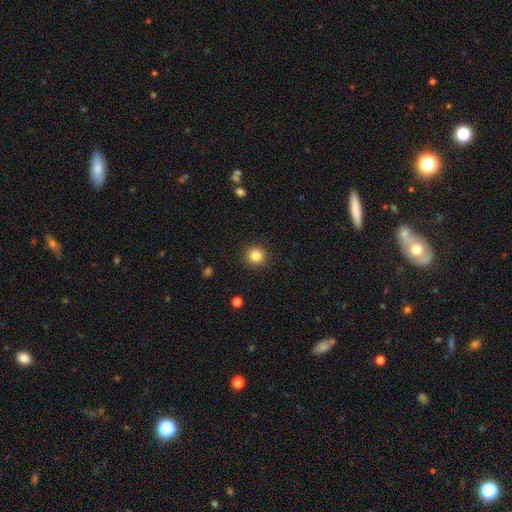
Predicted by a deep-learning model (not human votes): smooth-or-featured: smooth: 84% | star or artifact: 11% | featured or disk: 5%
  how-rounded: round: 94% | in between: 5% | cigar-shaped: 1%
  merging: none: 92% | minor disturbance: 5% | major disturbance: 2% | merger: 1%